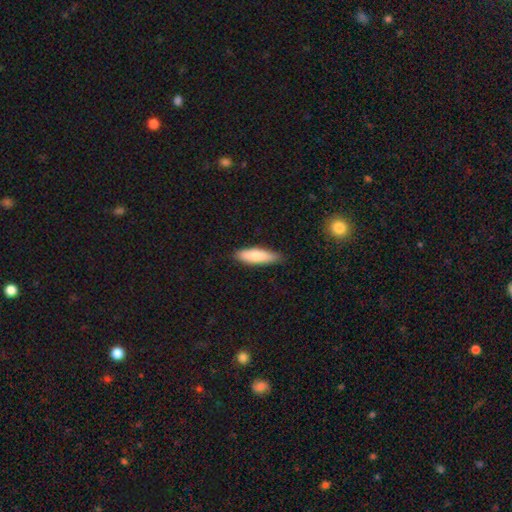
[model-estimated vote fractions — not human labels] smooth_or_featured: smooth (p=0.83) [alt: featured or disk p=0.12]
how_rounded: cigar-shaped (p=0.59) [alt: in between p=0.40]
merging: none (p=0.83) [alt: minor disturbance p=0.14]